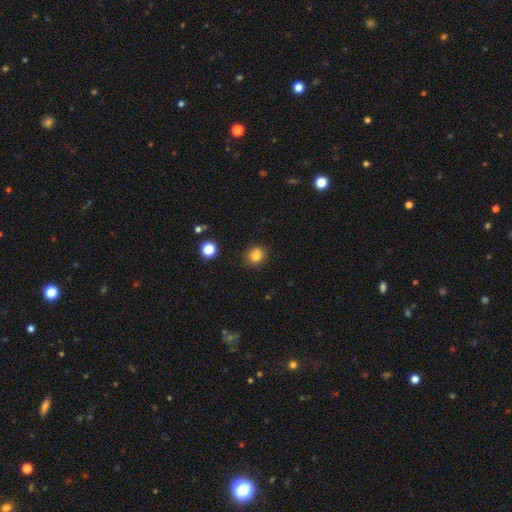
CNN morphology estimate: Smooth or featured?
  - smooth: 83% *
  - star or artifact: 12%
  - featured or disk: 5%
How rounded?
  - round: 80% *
  - in between: 19%
  - cigar-shaped: 1%
Merging?
  - none: 87% *
  - minor disturbance: 9%
  - major disturbance: 2%
  - merger: 2%